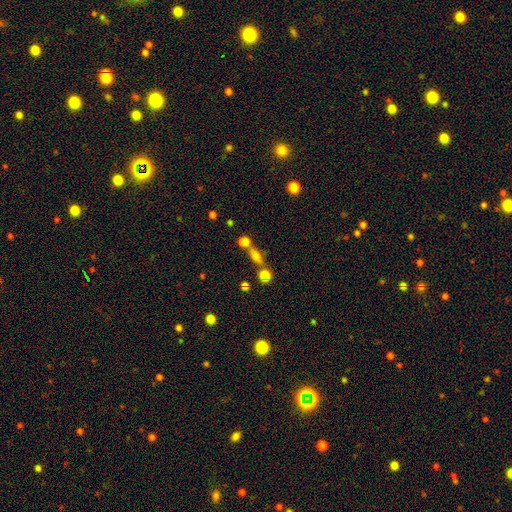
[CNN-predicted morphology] Smooth or featured?
  - smooth: 66% *
  - featured or disk: 18%
  - star or artifact: 17%
How rounded?
  - in between: 49% *
  - round: 27%
  - cigar-shaped: 24%
Merging?
  - none: 46% *
  - merger: 37%
  - minor disturbance: 11%
  - major disturbance: 7%